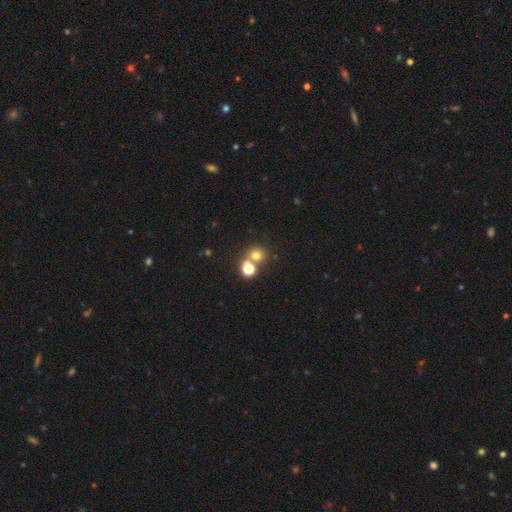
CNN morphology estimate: This appears to be a smooth galaxy with no disk features (73%) that is round (84%). Merging: none (54%).